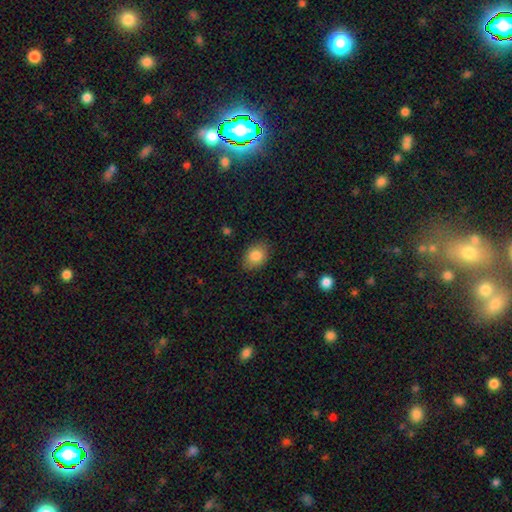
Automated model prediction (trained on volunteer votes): Smooth or featured? smooth (84%)
How rounded? in between (73%)
Merging? none (84%)